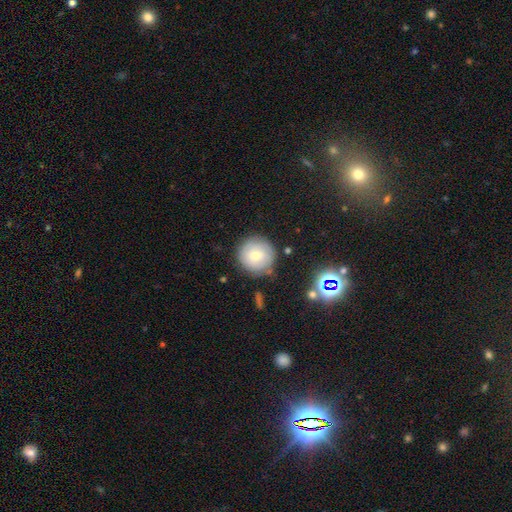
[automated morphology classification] Overall: smooth (69%). How rounded: round (95%). Merging: none (81%).